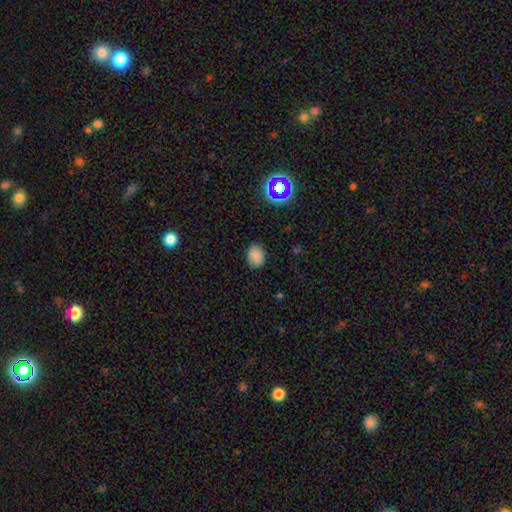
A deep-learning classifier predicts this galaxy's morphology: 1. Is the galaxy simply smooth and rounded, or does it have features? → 83% smooth, 12% star or artifact, 4% featured or disk.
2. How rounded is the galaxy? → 64% in between, 35% round, 1% cigar-shaped.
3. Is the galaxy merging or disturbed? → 84% none, 12% minor disturbance, 3% major disturbance, 1% merger.